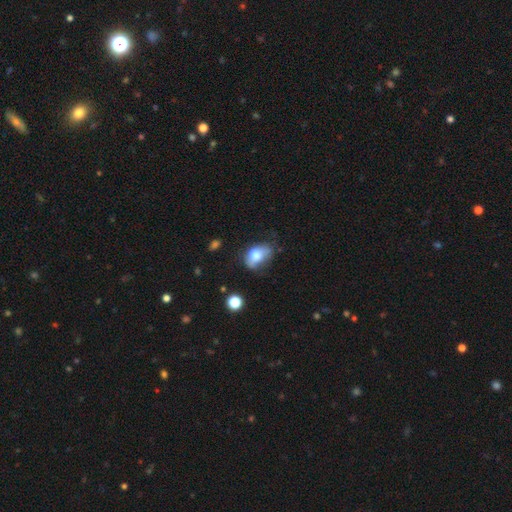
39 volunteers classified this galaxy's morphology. type=smooth (74%); roundness=in between (83%); merging=none (51%).